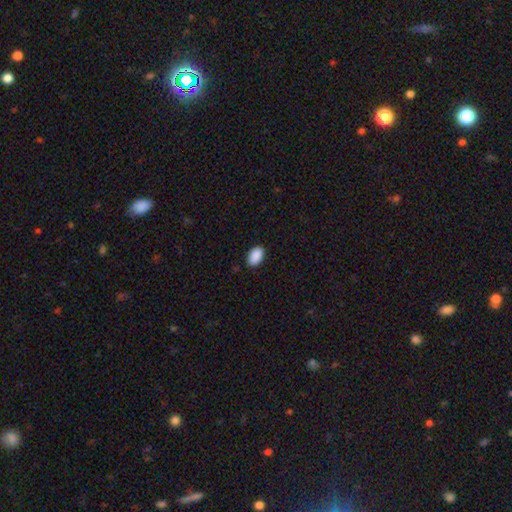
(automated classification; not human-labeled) smooth 91%, star or artifact 7%, featured or disk 2%. Down the decision tree: how rounded — in between (92%); merging — none (89%).